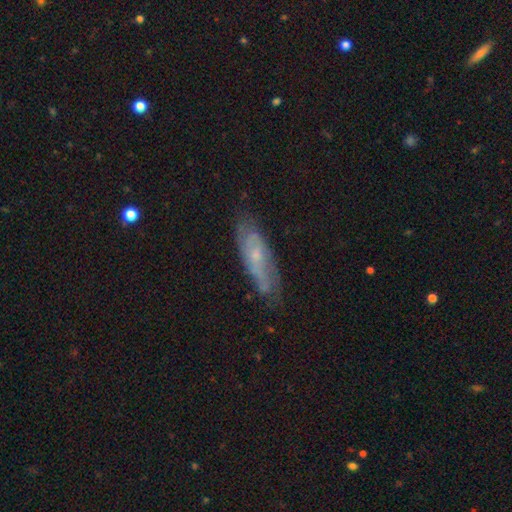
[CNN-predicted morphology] Q: Smooth or featured?
A: featured or disk (62%); runner-up: smooth (30%)
Q: Edge-on disk?
A: no (73%); runner-up: yes (27%)
Q: Merging?
A: none (69%); runner-up: minor disturbance (23%)